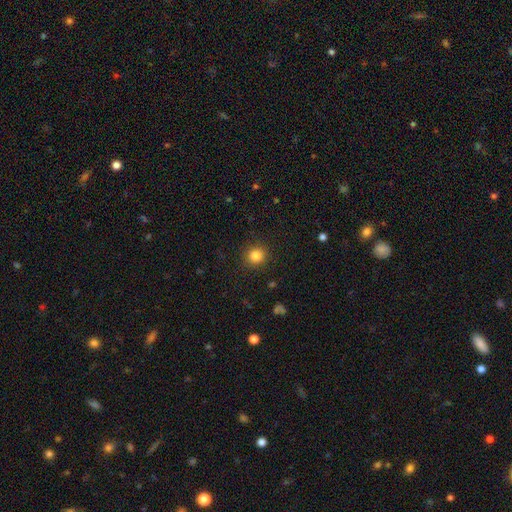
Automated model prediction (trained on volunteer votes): smooth_or_featured: smooth (p=0.84) [alt: star or artifact p=0.11]
how_rounded: round (p=0.91) [alt: in between p=0.08]
merging: none (p=0.90) [alt: minor disturbance p=0.06]